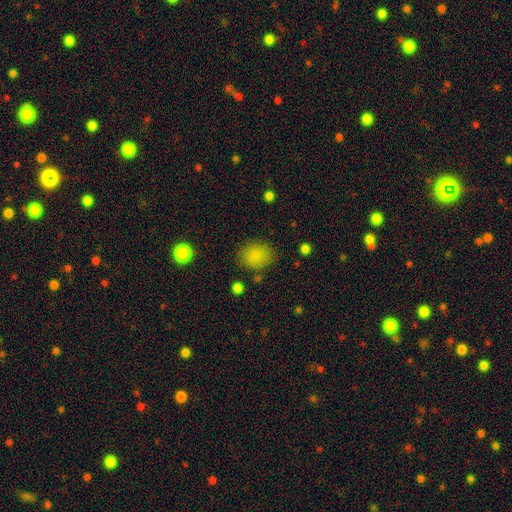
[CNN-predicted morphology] smooth_or_featured: smooth (p=0.85) [alt: star or artifact p=0.11]
how_rounded: round (p=0.69) [alt: in between p=0.30]
merging: none (p=0.82) [alt: minor disturbance p=0.12]